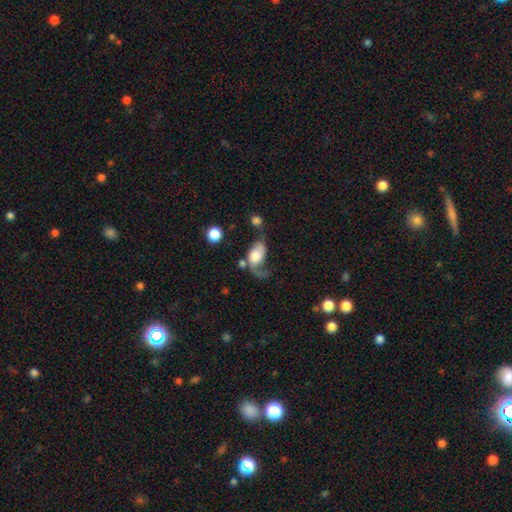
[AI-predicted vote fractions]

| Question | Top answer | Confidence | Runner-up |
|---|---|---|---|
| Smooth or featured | featured or disk | 53% | smooth (38%) |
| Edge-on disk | no | 95% | yes (5%) |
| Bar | no | 71% | weak (23%) |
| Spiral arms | yes | 83% | no (17%) |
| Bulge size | large | 40% | moderate (25%) |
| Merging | major disturbance | 38% | none (26%) |